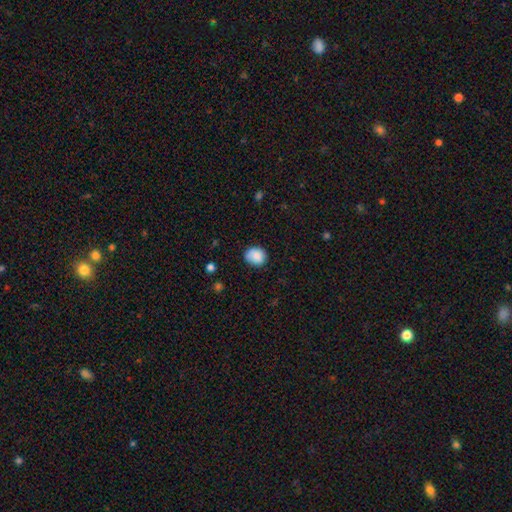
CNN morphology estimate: smooth_or_featured: smooth (p=0.87) [alt: star or artifact p=0.08]
how_rounded: round (p=0.64) [alt: in between p=0.35]
merging: none (p=0.77) [alt: minor disturbance p=0.18]